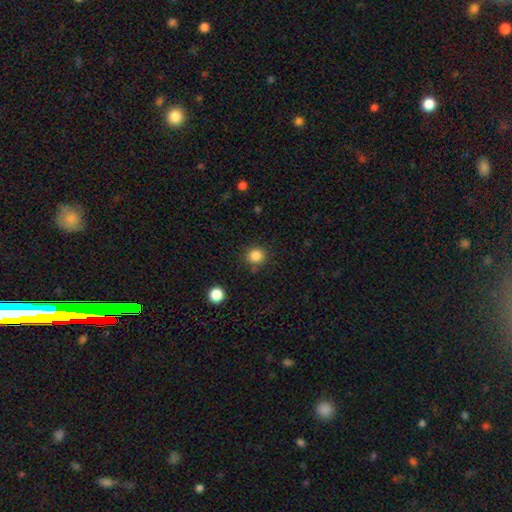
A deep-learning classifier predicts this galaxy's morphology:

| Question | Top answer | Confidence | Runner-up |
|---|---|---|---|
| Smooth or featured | smooth | 85% | star or artifact (11%) |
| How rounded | round | 91% | in between (8%) |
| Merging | none | 83% | minor disturbance (10%) |